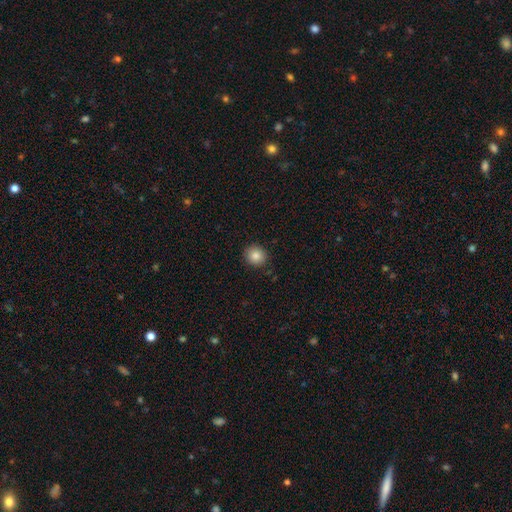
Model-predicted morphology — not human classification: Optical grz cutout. It shows a smooth galaxy with no disk features (85%) that is round (85%). Merging: none (89%).